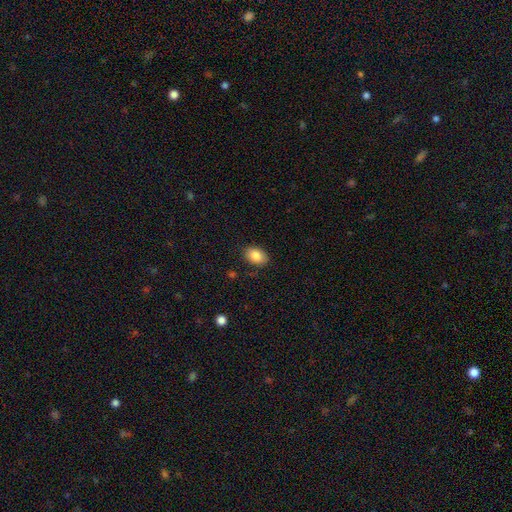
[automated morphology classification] The model was most divided on "how rounded": in between: 83%, round: 16%, cigar-shaped: 1%. More confident: merging — none (86%); smooth or featured — smooth (85%).